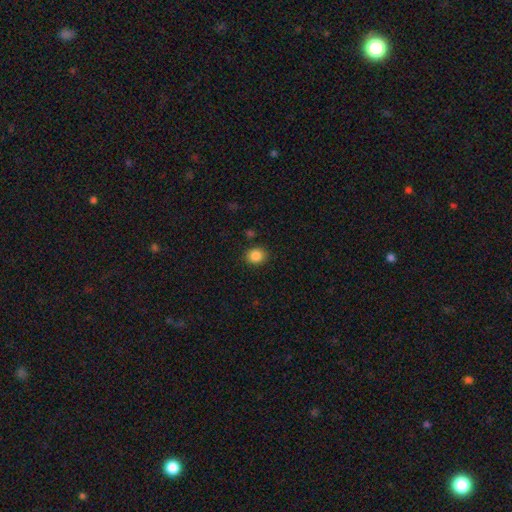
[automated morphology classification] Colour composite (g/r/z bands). It shows a smooth galaxy with no disk features (86%) that is round (73%). Merging: none (88%).